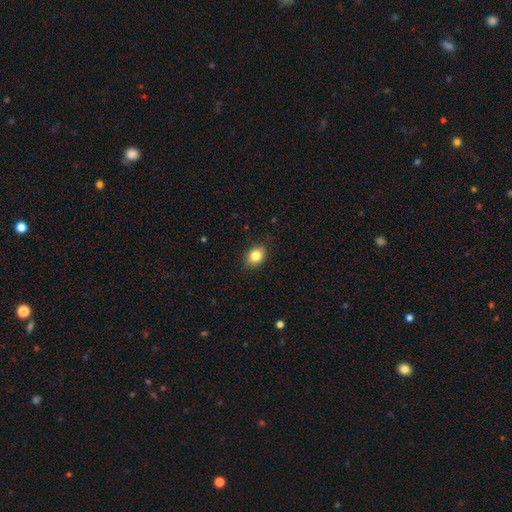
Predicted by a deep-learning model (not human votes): Smooth or featured?
  - smooth: 83% *
  - star or artifact: 9%
  - featured or disk: 8%
How rounded?
  - in between: 65% *
  - round: 34%
  - cigar-shaped: 1%
Merging?
  - none: 88% *
  - minor disturbance: 9%
  - major disturbance: 2%
  - merger: 1%